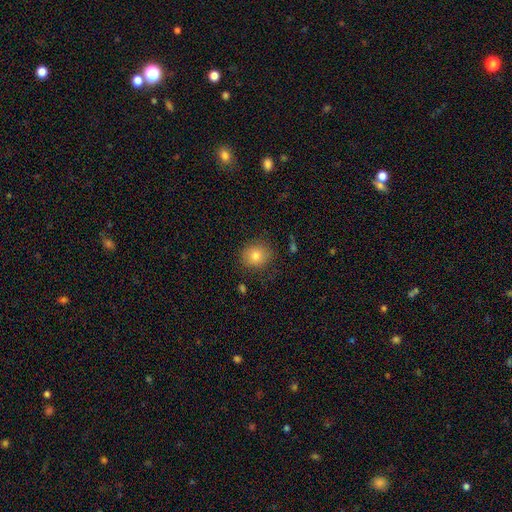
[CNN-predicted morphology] type=smooth (80%); roundness=round (83%); merging=none (86%).